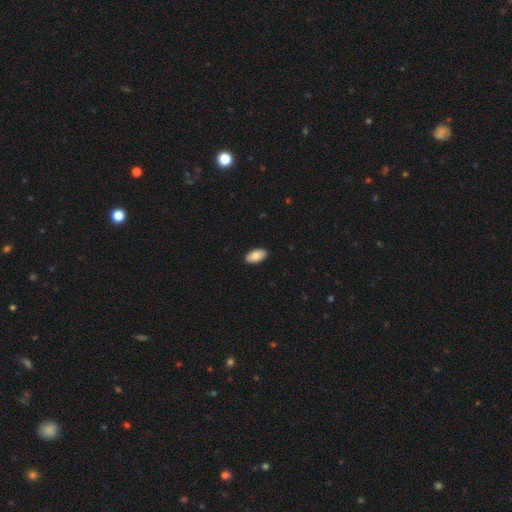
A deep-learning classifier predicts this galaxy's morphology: Overall: smooth (83%). How rounded: in between (95%). Merging: none (90%).